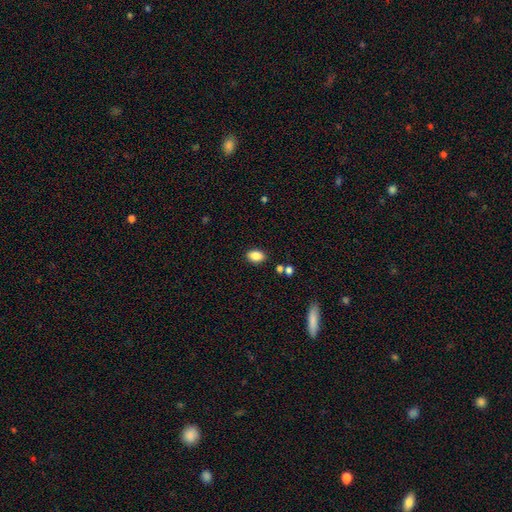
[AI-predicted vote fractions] This appears to be a smooth galaxy with no disk features (86%) that is in between round and cigar-shaped (87%). Merging: none (86%).